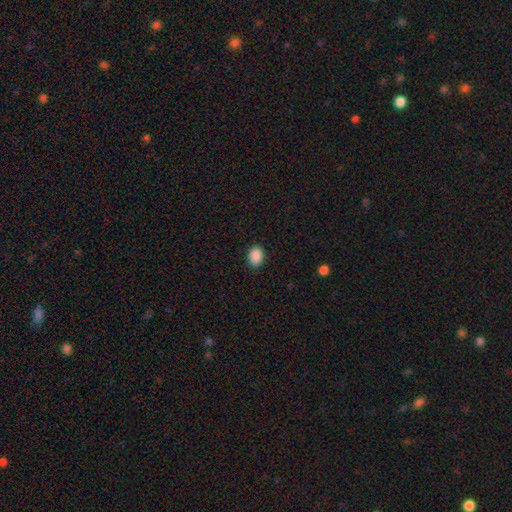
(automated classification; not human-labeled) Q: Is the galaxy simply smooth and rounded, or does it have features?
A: smooth — 90%.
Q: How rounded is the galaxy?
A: in between — 70%.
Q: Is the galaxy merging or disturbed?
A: none — 90%.